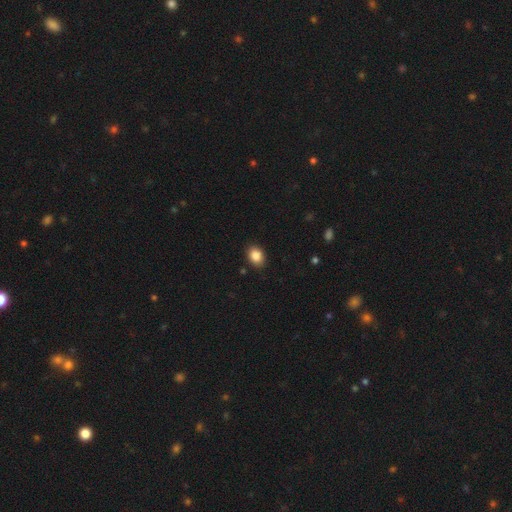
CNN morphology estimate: smooth-or-featured: smooth: 87% | star or artifact: 8% | featured or disk: 4%
  how-rounded: in between: 70% | round: 29% | cigar-shaped: 1%
  merging: none: 88% | minor disturbance: 9% | major disturbance: 2% | merger: 1%